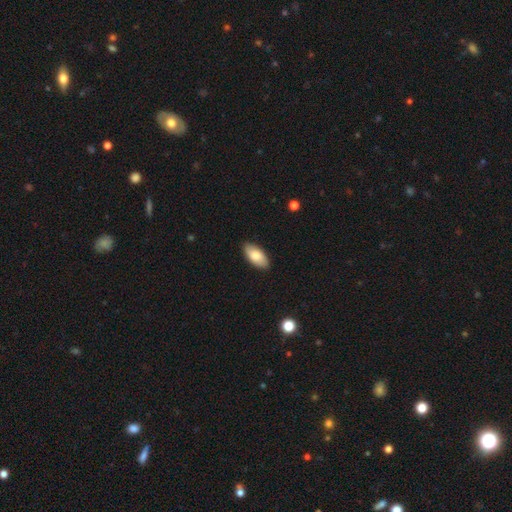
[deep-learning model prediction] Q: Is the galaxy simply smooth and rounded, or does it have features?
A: smooth — 82%.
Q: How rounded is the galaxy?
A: in between — 93%.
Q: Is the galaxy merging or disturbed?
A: none — 88%.